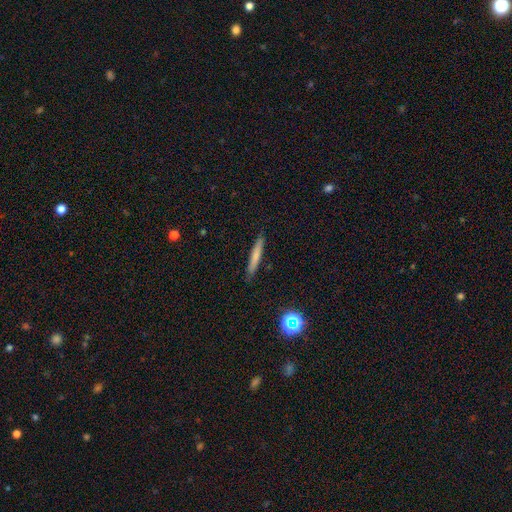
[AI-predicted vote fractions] Smooth or featured: smooth — 69% (featured or disk — 23%)
How rounded: cigar-shaped — 94% (in between — 4%)
Merging: none — 88% (minor disturbance — 9%)